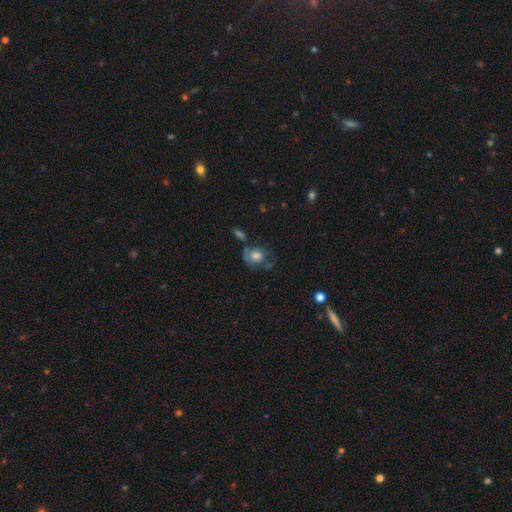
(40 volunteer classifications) Q: Smooth or featured?
A: featured or disk (60%); runner-up: smooth (35%)
Q: Edge-on disk?
A: no (96%); runner-up: yes (4%)
Q: Bar?
A: no (78%); runner-up: weak (22%)
Q: Spiral arms?
A: yes (70%); runner-up: no (30%)
Q: Spiral winding?
A: tight (44%); runner-up: medium (31%)
Q: Spiral arm count?
A: can't tell (56%); runner-up: 2 (38%)
Q: Bulge size?
A: moderate (61%); runner-up: large (39%)
Q: Merging?
A: minor disturbance (32%); runner-up: none (24%)